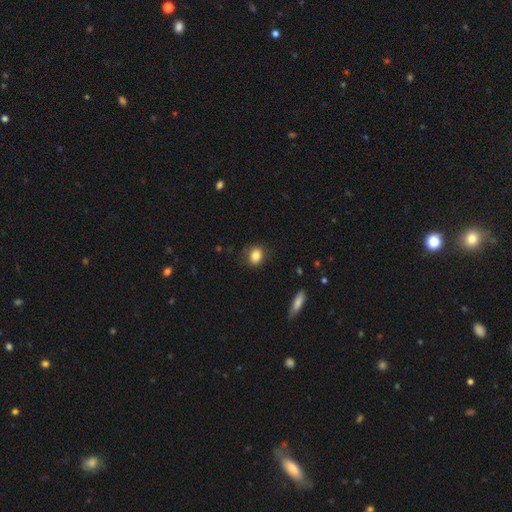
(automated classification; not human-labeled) A smooth galaxy with no disk features (84%) that is round (53%).

Vote fractions:
- Smooth or featured? smooth: 84% / star or artifact: 9% / featured or disk: 7%
- How rounded? round: 53% / in between: 46% / cigar-shaped: 1%
- Merging? none: 79% / minor disturbance: 16% / major disturbance: 4% / merger: 1%